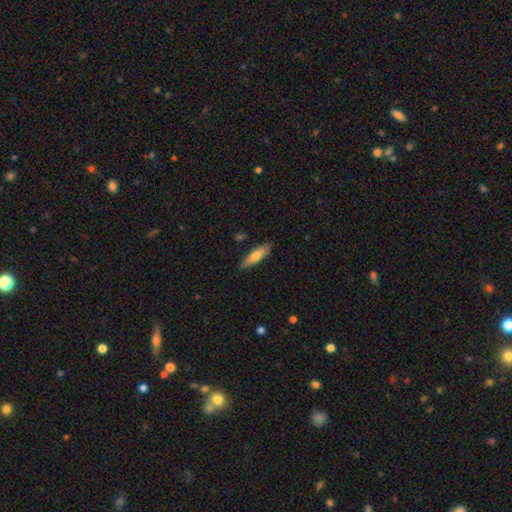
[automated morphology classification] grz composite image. It shows a smooth galaxy with no disk features (76%) that is cigar-shaped (60%). Merging: none (84%).